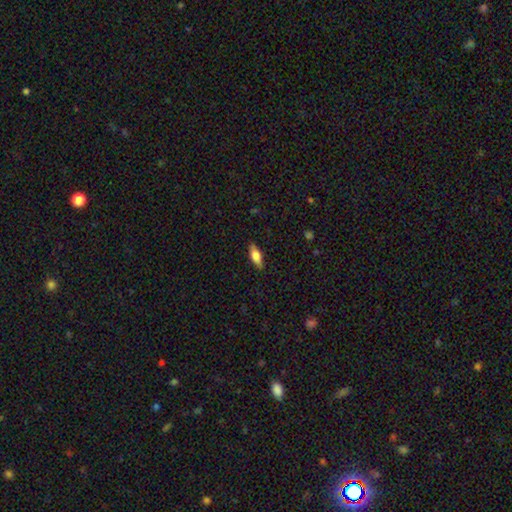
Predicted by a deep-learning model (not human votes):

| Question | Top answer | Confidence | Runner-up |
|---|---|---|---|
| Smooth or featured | smooth | 63% | featured or disk (30%) |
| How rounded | in between | 67% | cigar-shaped (30%) |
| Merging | none | 87% | minor disturbance (10%) |